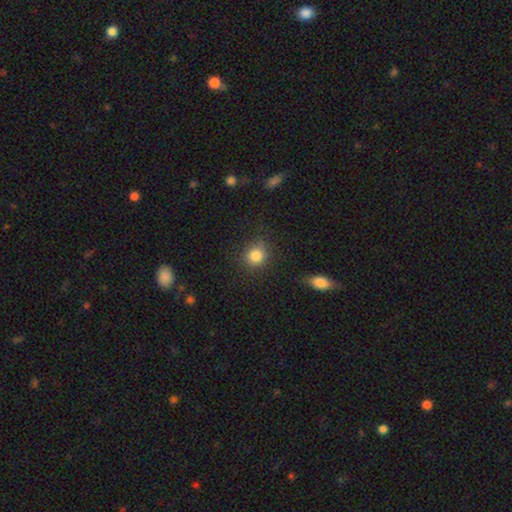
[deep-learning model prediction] smooth-or-featured: smooth: 84% | star or artifact: 11% | featured or disk: 5%
  how-rounded: round: 86% | in between: 13% | cigar-shaped: 1%
  merging: none: 81% | minor disturbance: 12% | major disturbance: 4% | merger: 2%